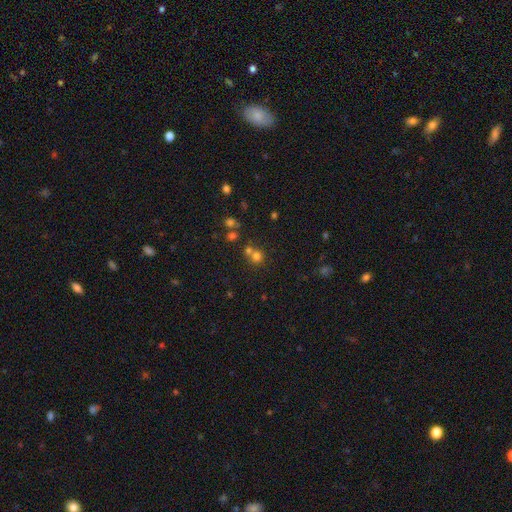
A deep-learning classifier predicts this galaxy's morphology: A smooth galaxy with no disk features (68%) that is round (88%). Merging: none (54%).